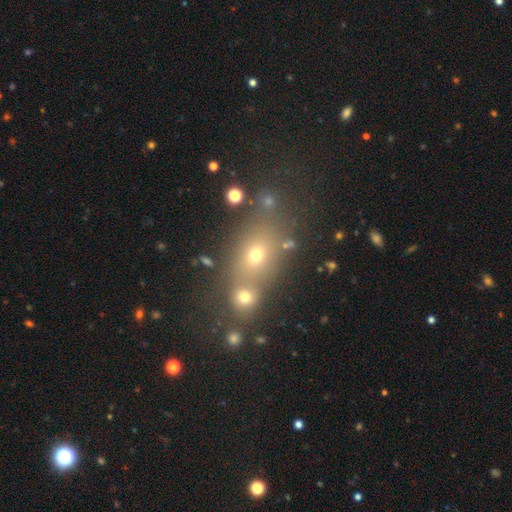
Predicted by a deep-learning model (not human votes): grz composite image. It shows a smooth galaxy with no disk features (45%). Merging: none (59%).